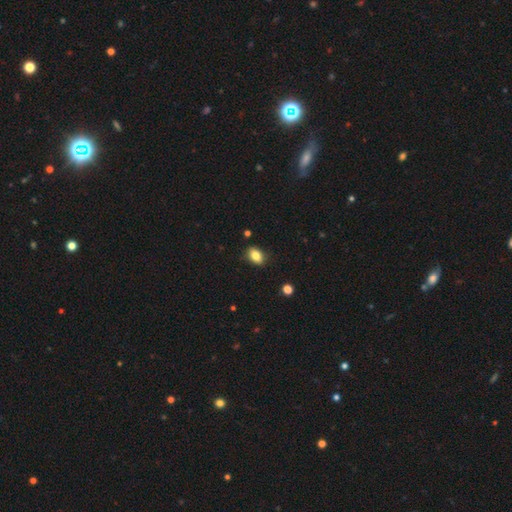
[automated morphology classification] Smooth or featured? Predicted: smooth (p=0.83). How rounded? Predicted: in between (p=0.80). Merging? Predicted: none (p=0.86).